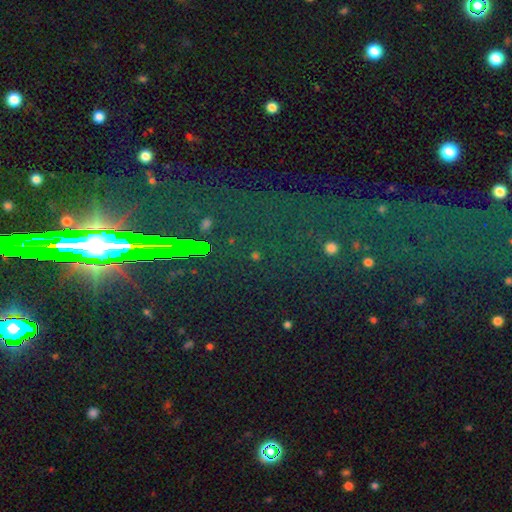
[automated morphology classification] Q: Smooth or featured?
A: star or artifact (71%); runner-up: smooth (19%)